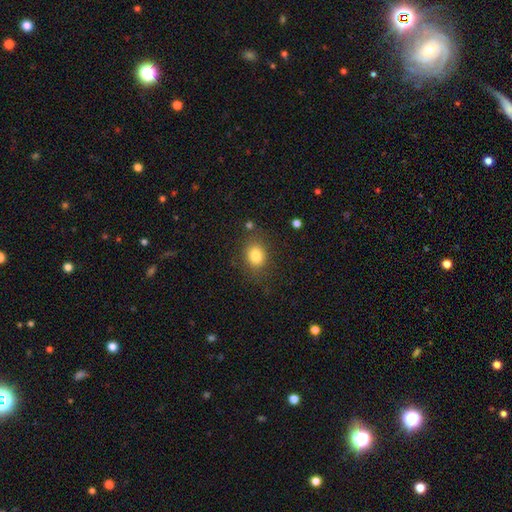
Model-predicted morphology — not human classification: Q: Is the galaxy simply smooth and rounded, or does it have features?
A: smooth — 82%.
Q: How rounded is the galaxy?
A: round — 54%.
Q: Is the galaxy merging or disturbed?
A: none — 79%.